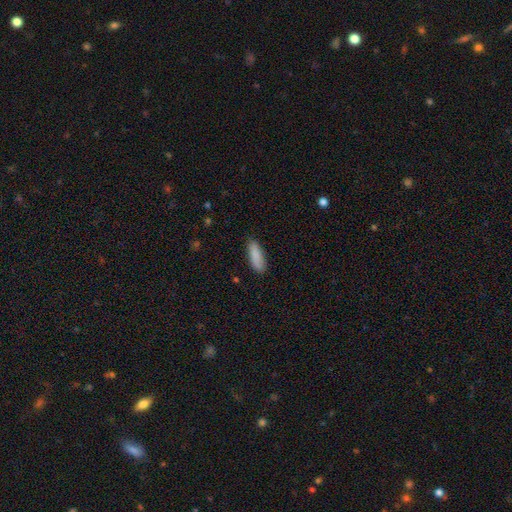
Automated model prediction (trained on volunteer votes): This appears to be a smooth galaxy with no disk features (87%) that is in between round and cigar-shaped (54%). Merging: none (82%).